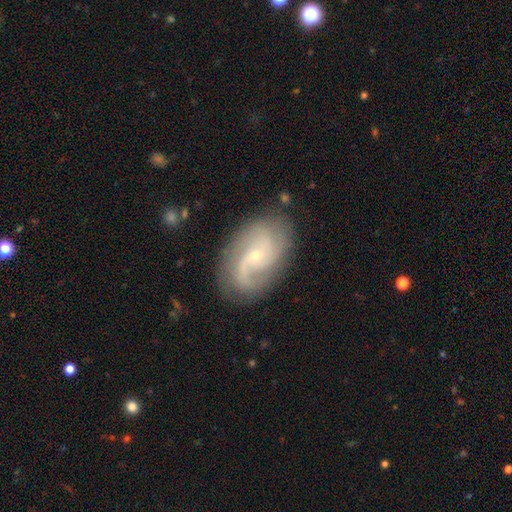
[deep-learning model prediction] Morphology: type=featured or disk (85%); edge-on=no (97%); bar=no (63%); spiral arms=yes (96%); winding=medium (47%); arm count=2 (55%); bulge=small (77%); merging=none (78%).